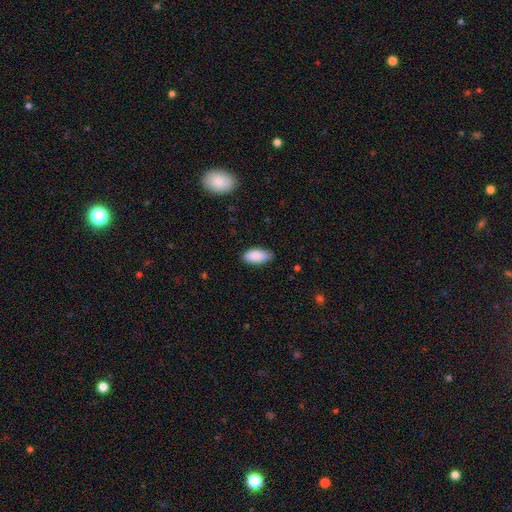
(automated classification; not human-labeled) Smooth or featured? smooth (89%)
How rounded? in between (92%)
Merging? none (80%)